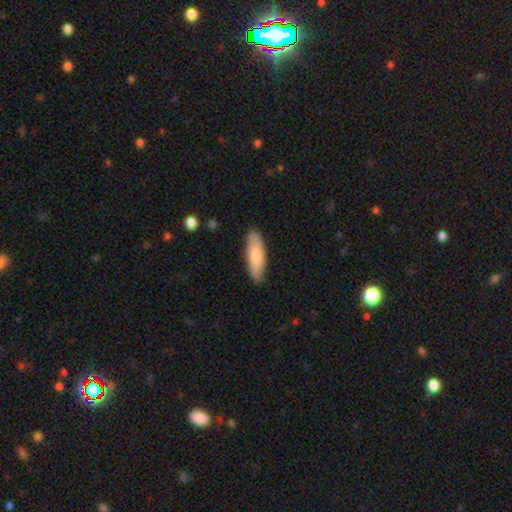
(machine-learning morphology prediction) A smooth galaxy with no disk features (82%) that is cigar-shaped (52%). Merging: none (85%).